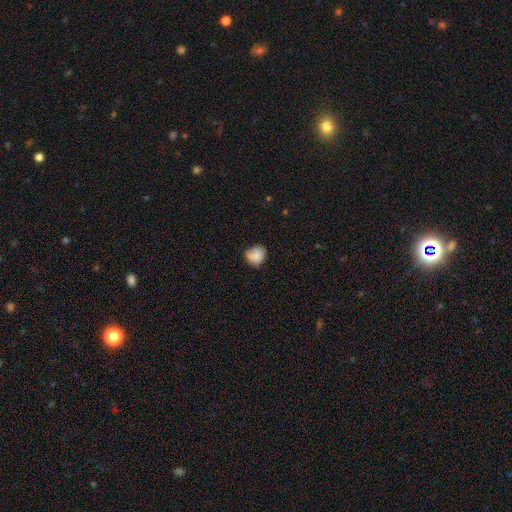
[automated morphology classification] Q: Smooth or featured?
A: smooth (85%); runner-up: star or artifact (8%)
Q: How rounded?
A: round (78%); runner-up: in between (21%)
Q: Merging?
A: none (68%); runner-up: minor disturbance (26%)